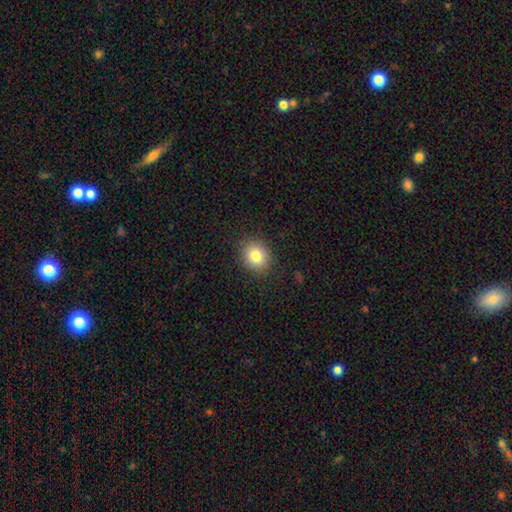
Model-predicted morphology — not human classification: Smooth or featured?
  - smooth: 81% *
  - star or artifact: 10%
  - featured or disk: 8%
How rounded?
  - round: 71% *
  - in between: 28%
  - cigar-shaped: 1%
Merging?
  - none: 88% *
  - minor disturbance: 9%
  - major disturbance: 3%
  - merger: 1%